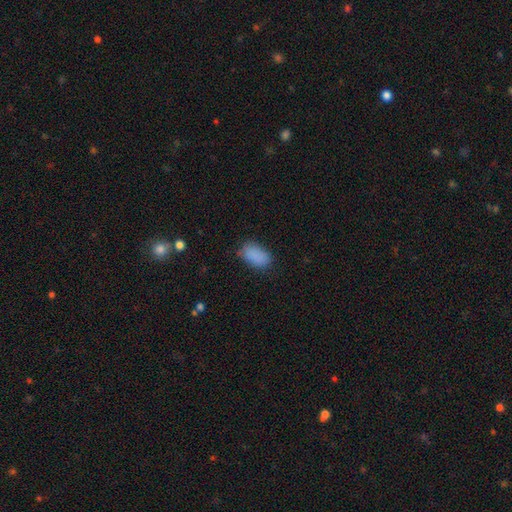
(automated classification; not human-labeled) Q: Smooth or featured?
A: smooth (87%); runner-up: star or artifact (9%)
Q: How rounded?
A: in between (93%); runner-up: round (5%)
Q: Merging?
A: none (74%); runner-up: minor disturbance (20%)